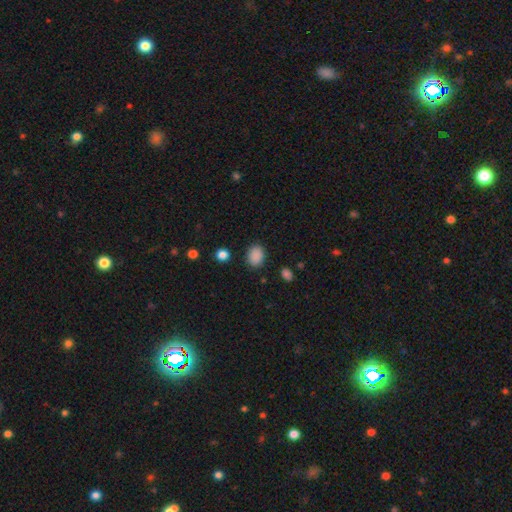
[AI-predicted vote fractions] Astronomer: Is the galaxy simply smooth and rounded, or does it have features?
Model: smooth — 87%.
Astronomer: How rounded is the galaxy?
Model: in between — 61% (runner-up: round, 38%).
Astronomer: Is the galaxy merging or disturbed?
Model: none — 86%.